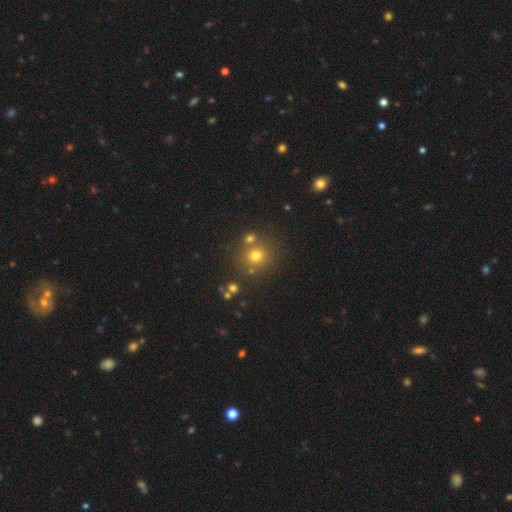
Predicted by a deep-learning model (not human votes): Overall: smooth (72%). How rounded: round (89%). Merging: none (73%).